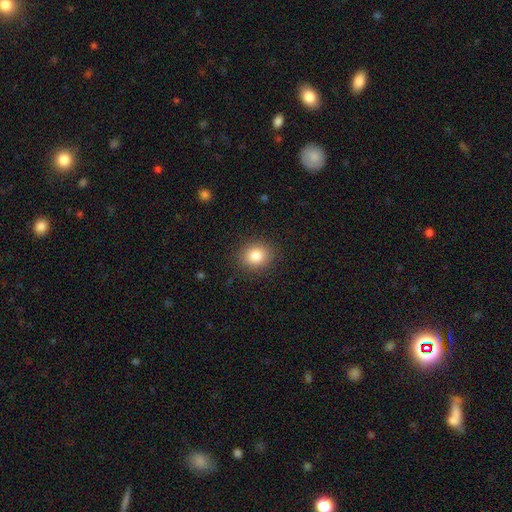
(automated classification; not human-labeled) Smooth or featured: smooth — 84% (star or artifact — 10%)
How rounded: round — 71% (in between — 28%)
Merging: none — 88% (minor disturbance — 8%)